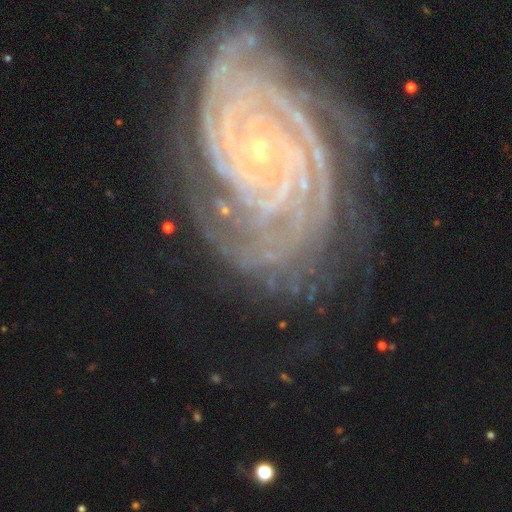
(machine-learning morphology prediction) Smooth or featured? featured or disk (90%)
Edge-on disk? no (97%)
Bar? no (72%)
Spiral arms? yes (98%)
Spiral winding? tight (85%)
Spiral arm count? more than 4 (24%)
Bulge size? small (85%)
Merging? none (72%)